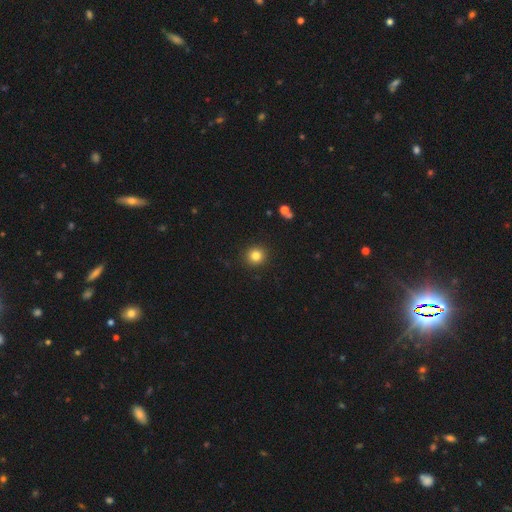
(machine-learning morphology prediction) Q: Smooth or featured?
A: smooth (82%); runner-up: star or artifact (12%)
Q: How rounded?
A: round (92%); runner-up: in between (7%)
Q: Merging?
A: none (92%); runner-up: minor disturbance (5%)